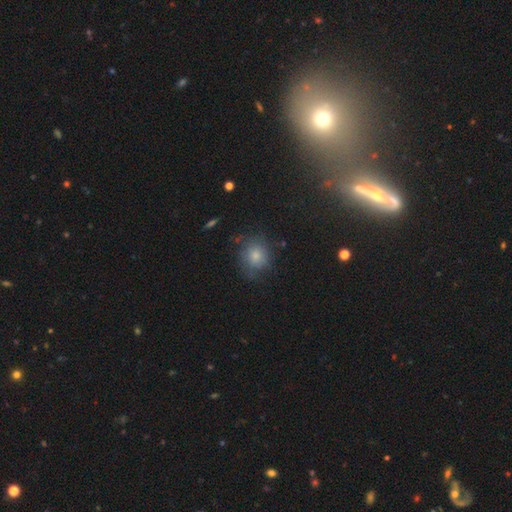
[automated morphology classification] This is likely a smooth galaxy (72%). How rounded: clearly round (80%). Merging: likely none (68%).